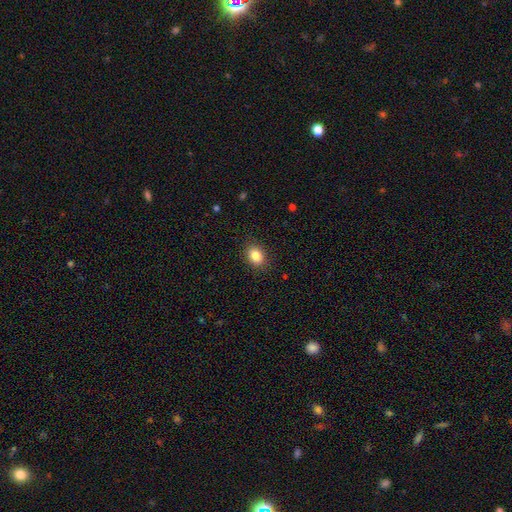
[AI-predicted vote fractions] Morphology: type=smooth (85%); roundness=in between (62%); merging=none (88%).